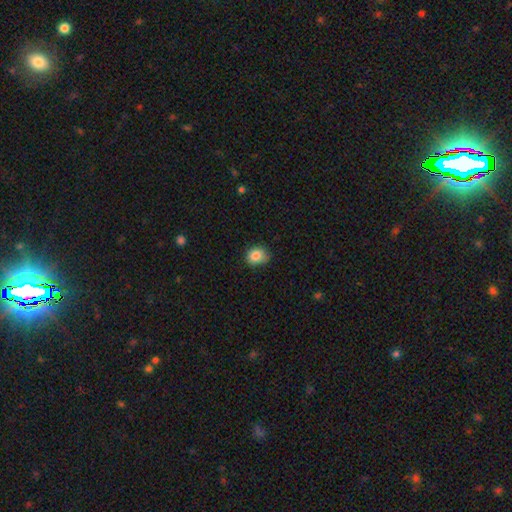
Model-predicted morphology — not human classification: Q: Smooth or featured?
A: smooth (85%); runner-up: star or artifact (10%)
Q: How rounded?
A: round (60%); runner-up: in between (39%)
Q: Merging?
A: none (70%); runner-up: minor disturbance (25%)